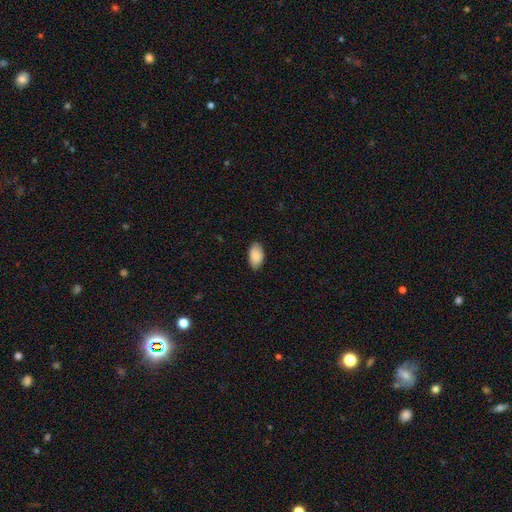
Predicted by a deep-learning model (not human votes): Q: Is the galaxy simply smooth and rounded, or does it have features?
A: smooth — 89%.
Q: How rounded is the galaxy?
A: in between — 95%.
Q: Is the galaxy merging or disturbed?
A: none — 85%.